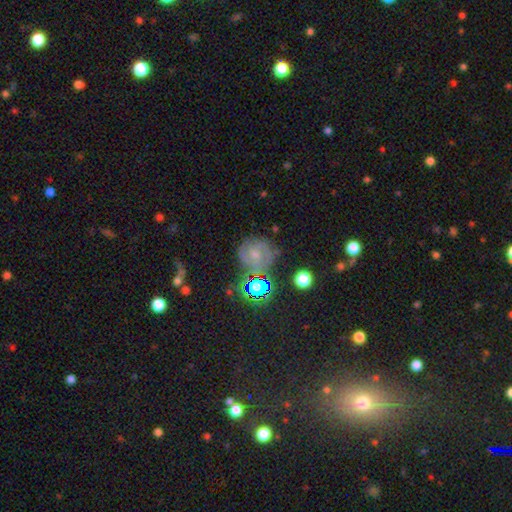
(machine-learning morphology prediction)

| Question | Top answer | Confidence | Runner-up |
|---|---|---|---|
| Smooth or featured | featured or disk | 57% | smooth (23%) |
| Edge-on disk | no | 97% | yes (3%) |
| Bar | no | 54% | weak (37%) |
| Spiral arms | yes | 90% | no (10%) |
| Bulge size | small | 55% | moderate (34%) |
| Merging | none | 64% | minor disturbance (20%) |